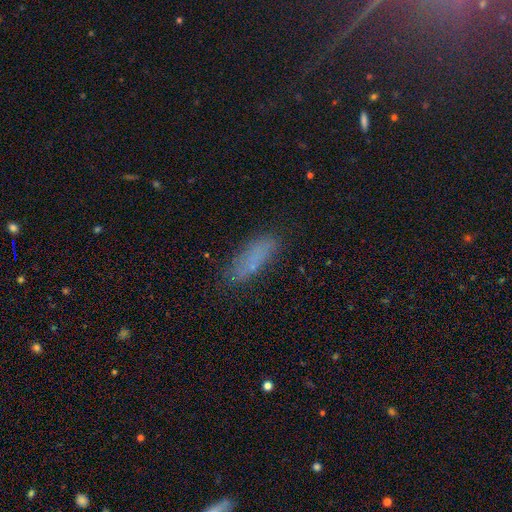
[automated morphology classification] Smooth or featured?
  - smooth: 71% *
  - featured or disk: 15%
  - star or artifact: 14%
How rounded?
  - cigar-shaped: 51% *
  - in between: 46%
  - round: 3%
Merging?
  - none: 78% *
  - minor disturbance: 16%
  - major disturbance: 5%
  - merger: 2%